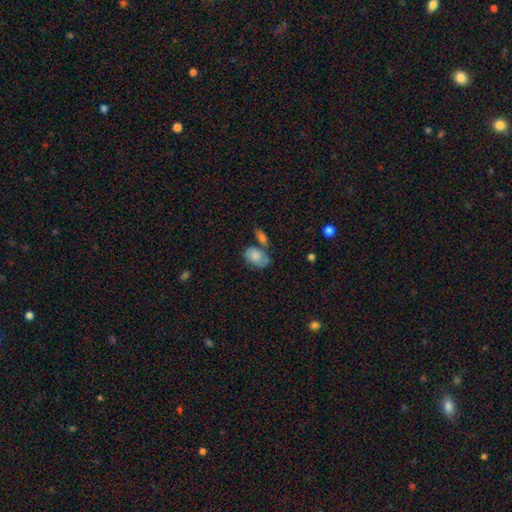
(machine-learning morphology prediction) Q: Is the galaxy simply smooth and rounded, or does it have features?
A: smooth — 72%.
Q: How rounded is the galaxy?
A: in between — 83%.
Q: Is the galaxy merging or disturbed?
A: none — 41%.